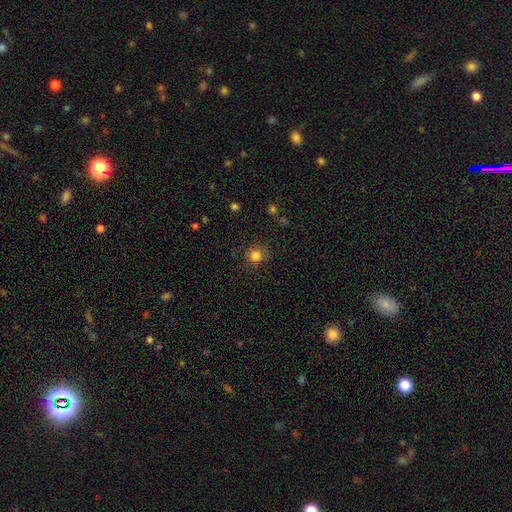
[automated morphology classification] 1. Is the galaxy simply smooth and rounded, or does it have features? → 83% smooth, 12% star or artifact, 5% featured or disk.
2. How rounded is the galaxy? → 92% round, 7% in between, 1% cigar-shaped.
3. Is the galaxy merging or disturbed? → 85% none, 10% minor disturbance, 3% major disturbance, 1% merger.